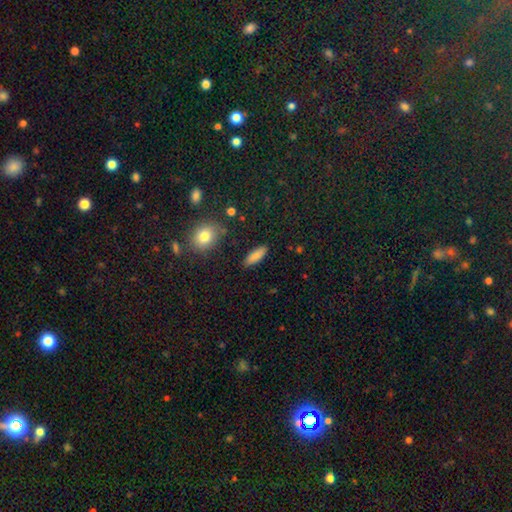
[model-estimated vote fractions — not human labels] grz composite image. It shows a smooth galaxy with no disk features (86%) that is in between round and cigar-shaped (55%). Merging: none (88%).